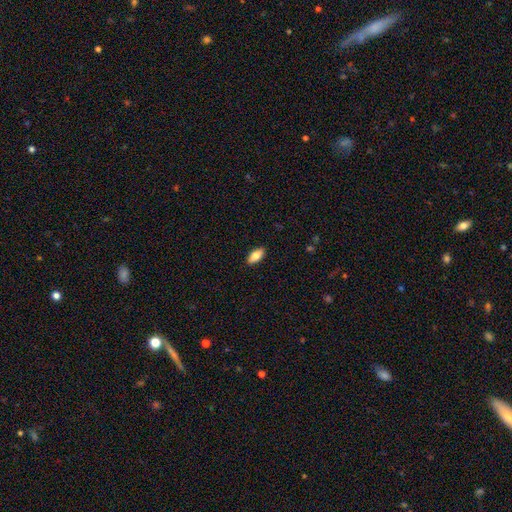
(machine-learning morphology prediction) smooth-or-featured: smooth: 79% | featured or disk: 14% | star or artifact: 6%
  how-rounded: in between: 86% | cigar-shaped: 11% | round: 2%
  merging: none: 90% | minor disturbance: 8% | major disturbance: 2% | merger: 1%